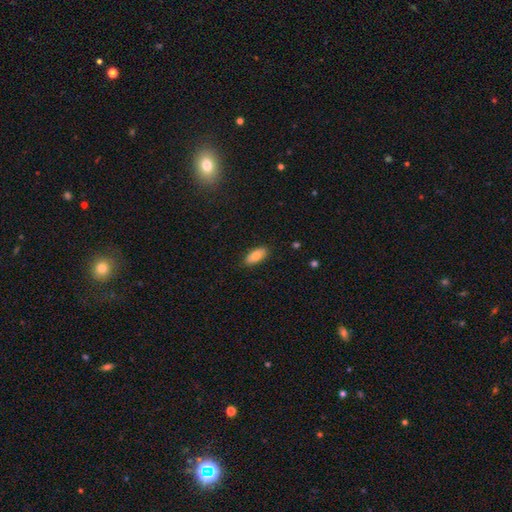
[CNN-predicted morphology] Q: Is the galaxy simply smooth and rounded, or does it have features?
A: smooth — 81%.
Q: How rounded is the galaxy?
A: in between — 86%.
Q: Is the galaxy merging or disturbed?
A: none — 87%.